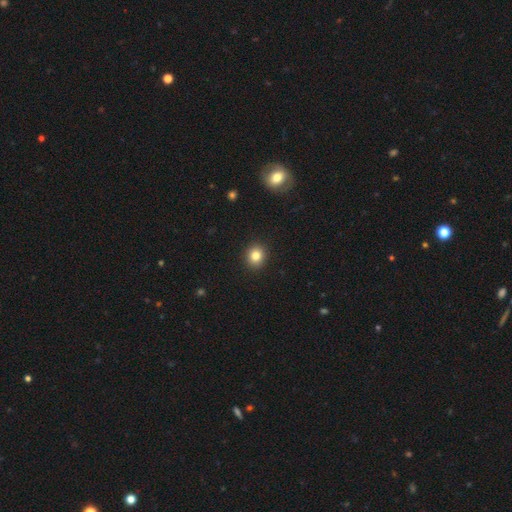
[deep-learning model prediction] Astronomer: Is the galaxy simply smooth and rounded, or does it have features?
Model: smooth — 83%.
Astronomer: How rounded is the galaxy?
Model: round — 75%.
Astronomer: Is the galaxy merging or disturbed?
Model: none — 92%.